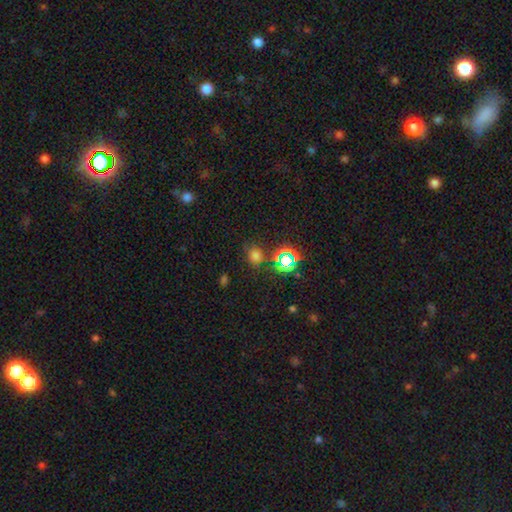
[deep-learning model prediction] Q: Smooth or featured?
A: smooth (63%); runner-up: star or artifact (31%)
Q: How rounded?
A: round (68%); runner-up: in between (30%)
Q: Merging?
A: none (75%); runner-up: minor disturbance (14%)